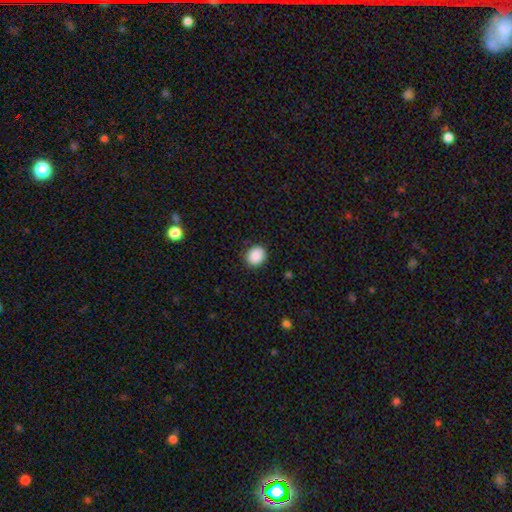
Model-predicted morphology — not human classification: Smooth or featured? smooth (89%)
How rounded? round (64%)
Merging? none (87%)